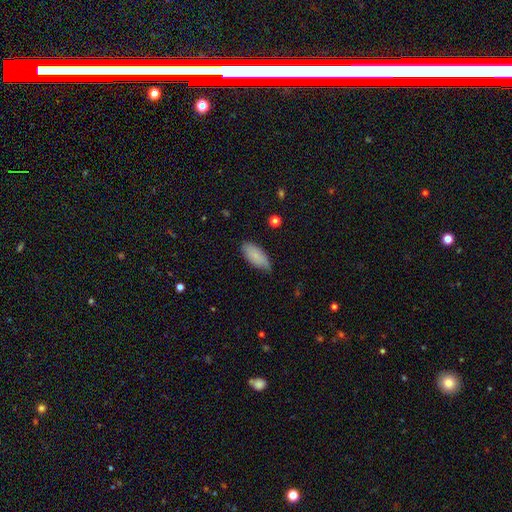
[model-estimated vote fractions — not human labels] This is clearly a smooth galaxy (82%). How rounded: clearly in between (87%). Merging: likely none (68%).